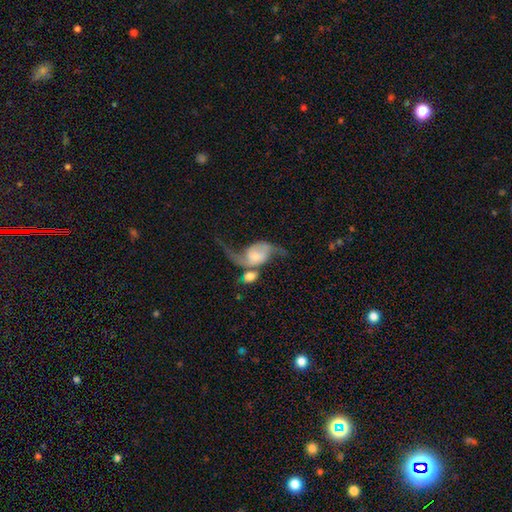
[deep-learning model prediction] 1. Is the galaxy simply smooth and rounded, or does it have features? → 77% featured or disk, 16% smooth, 7% star or artifact.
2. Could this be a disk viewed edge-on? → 97% no, 3% yes.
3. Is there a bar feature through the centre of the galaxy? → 60% no, 31% weak, 9% strong.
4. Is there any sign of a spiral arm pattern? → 93% yes, 7% no.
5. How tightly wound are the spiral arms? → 86% loose, 11% medium, 3% tight.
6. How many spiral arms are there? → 90% 2, 5% 1, 2% can't tell, 1% 3, 1% 4, 1% more than 4.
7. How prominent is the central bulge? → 36% small, 27% moderate, 18% none, 14% large, 5% dominant.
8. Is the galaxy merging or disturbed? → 33% merger, 31% none, 22% major disturbance, 15% minor disturbance.